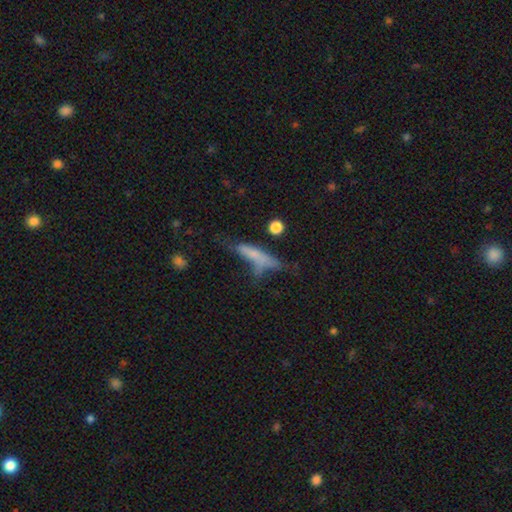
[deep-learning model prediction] A smooth galaxy with no disk features (58%) that is cigar-shaped (77%).

Vote fractions:
- Smooth or featured? smooth: 58% / featured or disk: 30% / star or artifact: 12%
- How rounded? cigar-shaped: 77% / in between: 20% / round: 4%
- Merging? none: 40% / minor disturbance: 23% / major disturbance: 23% / merger: 14%